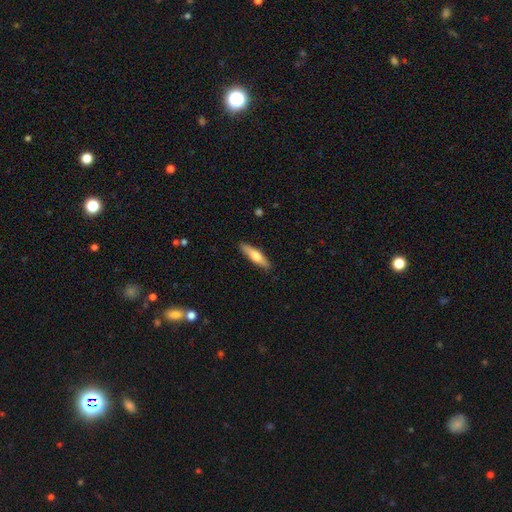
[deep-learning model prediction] A smooth galaxy with no disk features (64%) that is cigar-shaped (75%).

Vote fractions:
- Smooth or featured? smooth: 64% / featured or disk: 31% / star or artifact: 5%
- How rounded? cigar-shaped: 75% / in between: 24% / round: 2%
- Merging? none: 89% / minor disturbance: 8% / major disturbance: 2% / merger: 1%